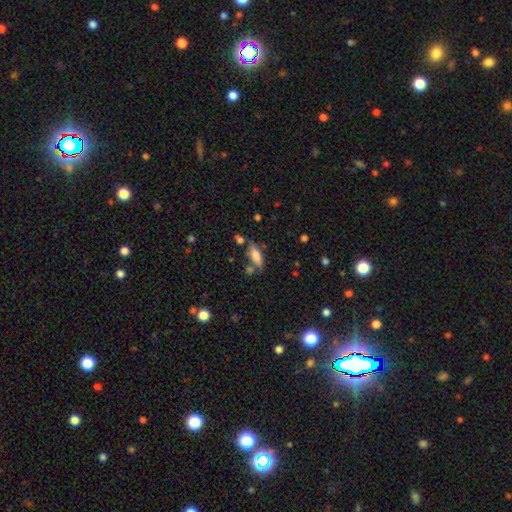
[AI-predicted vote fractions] Q: Smooth or featured?
A: smooth (67%); runner-up: featured or disk (25%)
Q: How rounded?
A: in between (55%); runner-up: cigar-shaped (42%)
Q: Merging?
A: none (63%); runner-up: minor disturbance (18%)